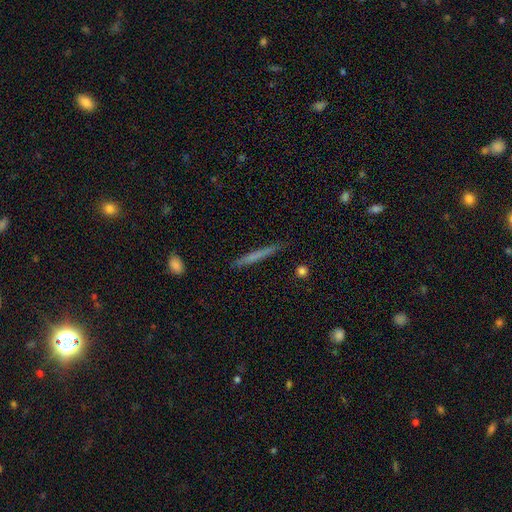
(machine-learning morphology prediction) smooth_or_featured: smooth (p=0.60) [alt: featured or disk p=0.33]
how_rounded: cigar-shaped (p=0.96) [alt: in between p=0.02]
merging: none (p=0.89) [alt: minor disturbance p=0.08]